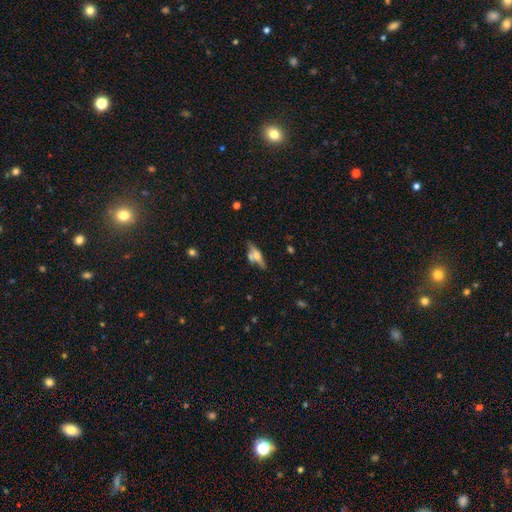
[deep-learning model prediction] Overall: featured or disk (53%; smooth 39%). Edge-on disk: yes (87%). Merging: none (58%; merger 21%).